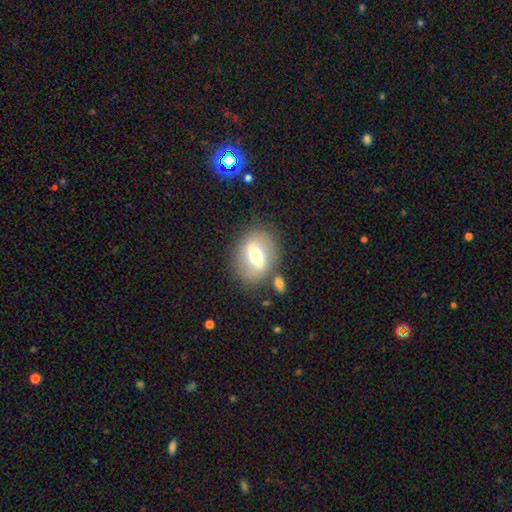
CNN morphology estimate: featured or disk 47%, smooth 44%, star or artifact 8%. Down the decision tree: merging — none (71%).